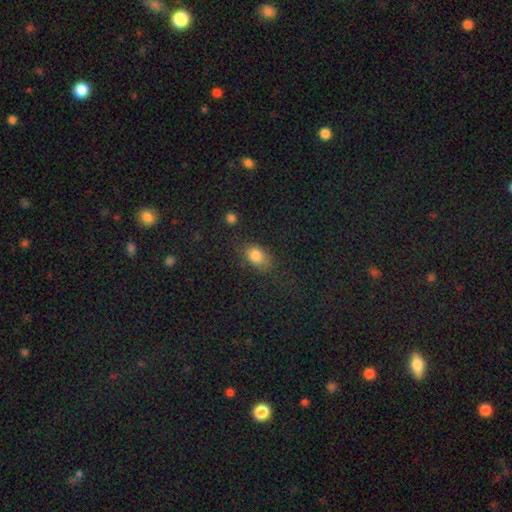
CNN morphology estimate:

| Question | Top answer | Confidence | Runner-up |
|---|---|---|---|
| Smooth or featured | smooth | 81% | star or artifact (11%) |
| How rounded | in between | 73% | round (24%) |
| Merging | none | 67% | minor disturbance (21%) |